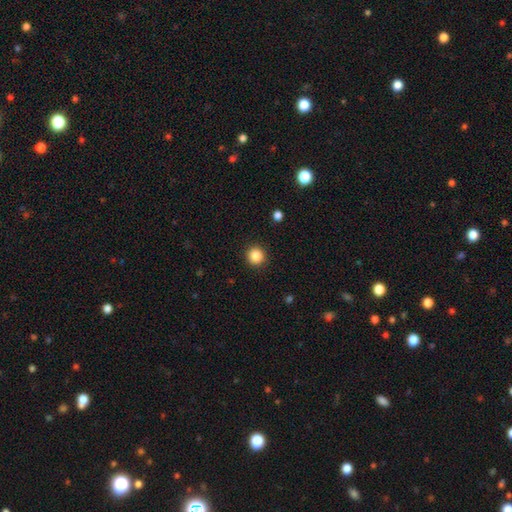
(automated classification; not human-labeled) This appears to be a smooth galaxy with no disk features (86%) that is round (94%). Merging: none (92%).